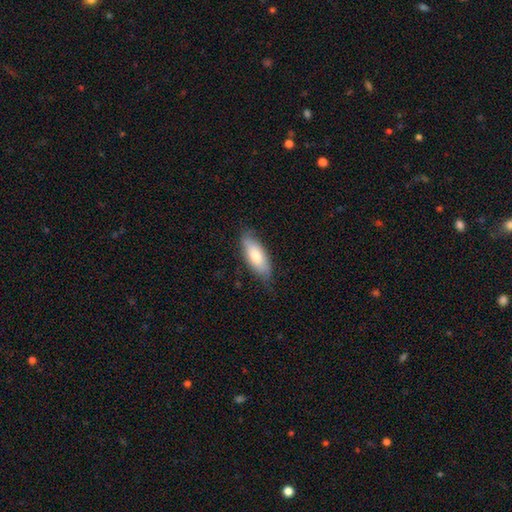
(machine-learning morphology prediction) Q: Smooth or featured?
A: smooth (76%); runner-up: featured or disk (18%)
Q: How rounded?
A: in between (78%); runner-up: cigar-shaped (21%)
Q: Merging?
A: none (73%); runner-up: minor disturbance (22%)